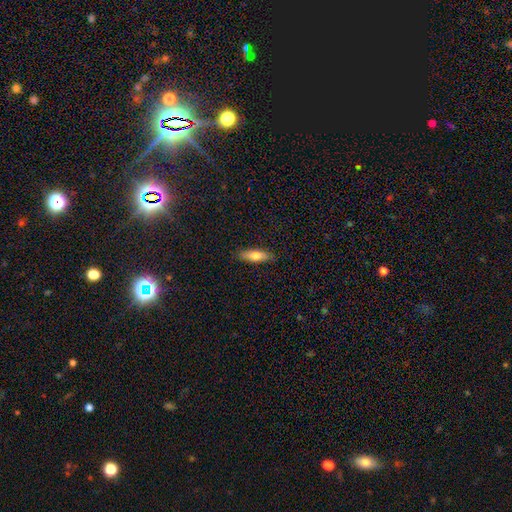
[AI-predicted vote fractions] Smooth or featured?
  - smooth: 73% *
  - featured or disk: 20%
  - star or artifact: 6%
How rounded?
  - cigar-shaped: 51% *
  - in between: 47%
  - round: 2%
Merging?
  - none: 86% *
  - minor disturbance: 10%
  - major disturbance: 2%
  - merger: 1%